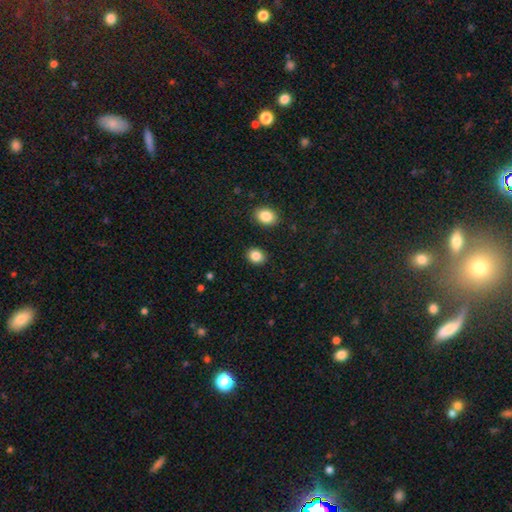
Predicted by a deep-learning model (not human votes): This appears to be a smooth galaxy with no disk features (86%) that is round (51%). Merging: none (88%).